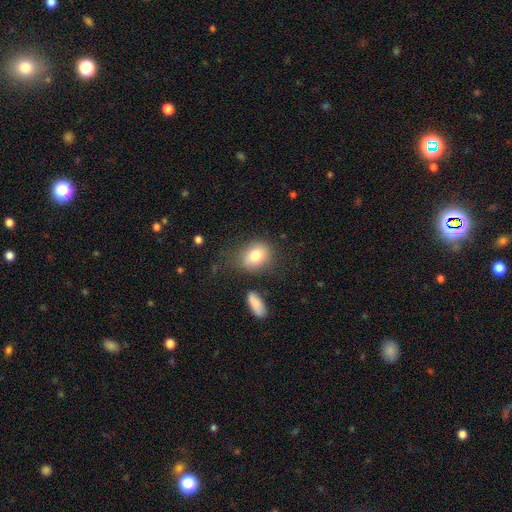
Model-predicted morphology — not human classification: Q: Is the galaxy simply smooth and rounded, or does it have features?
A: smooth — 79%.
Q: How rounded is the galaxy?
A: round — 51%.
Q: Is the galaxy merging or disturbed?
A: none — 70%.